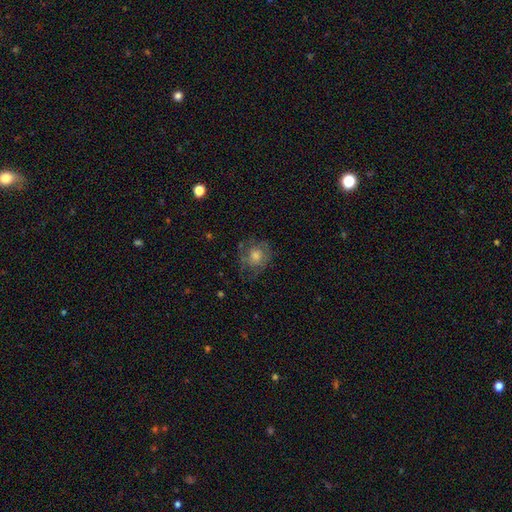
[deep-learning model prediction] This is possibly a featured or disk galaxy (50%). Merging: likely none (69%).